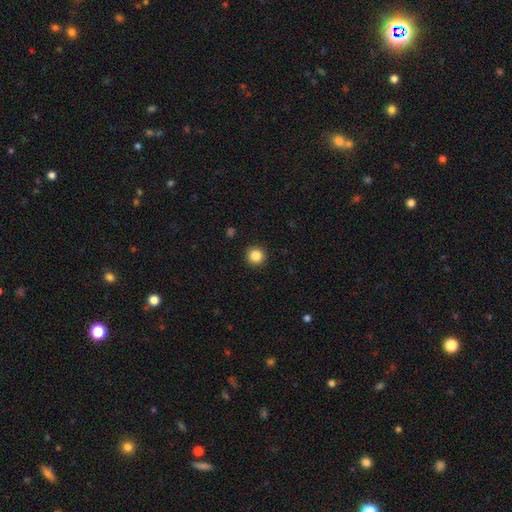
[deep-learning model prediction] Morphology: type=smooth (85%); roundness=round (95%); merging=none (93%).